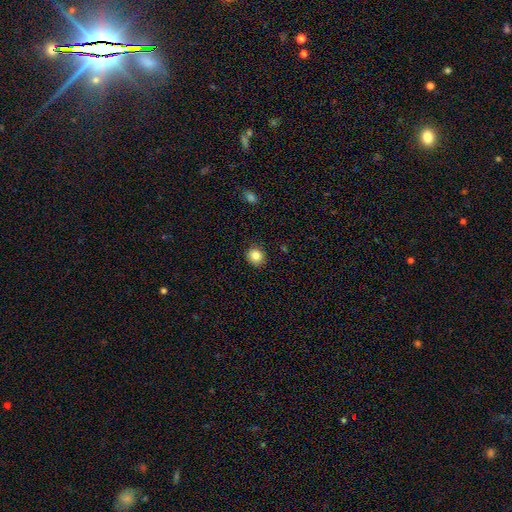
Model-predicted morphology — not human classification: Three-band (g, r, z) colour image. It shows a smooth galaxy with no disk features (84%) that is round (85%). Merging: none (89%).